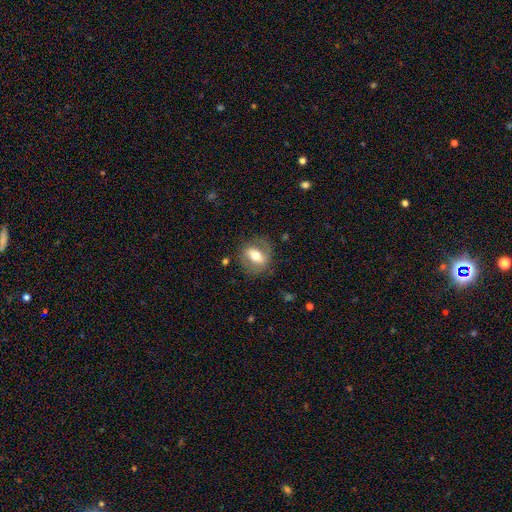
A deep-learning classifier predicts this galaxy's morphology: featured or disk 48%, smooth 45%, star or artifact 8%. Down the decision tree: merging — none (74%).